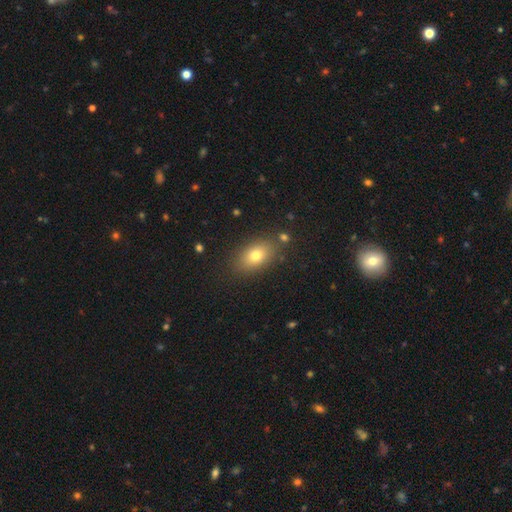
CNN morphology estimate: This is likely a smooth galaxy (76%). How rounded: clearly in between (85%). Merging: clearly none (82%).